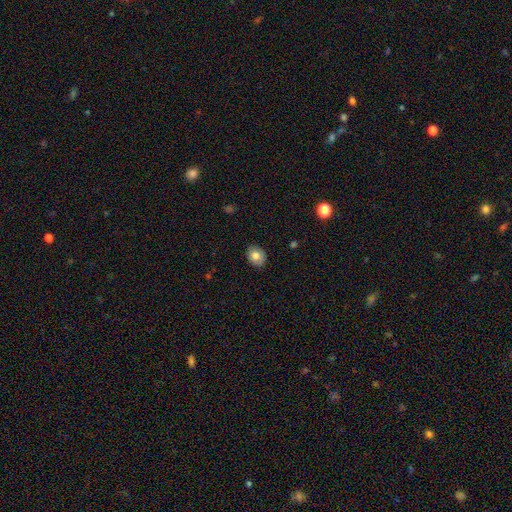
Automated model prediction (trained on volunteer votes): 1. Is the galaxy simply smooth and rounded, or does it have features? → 79% smooth, 13% featured or disk, 8% star or artifact.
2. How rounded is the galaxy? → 51% in between, 48% round, 1% cigar-shaped.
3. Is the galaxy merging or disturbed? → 88% none, 9% minor disturbance, 2% major disturbance, 1% merger.